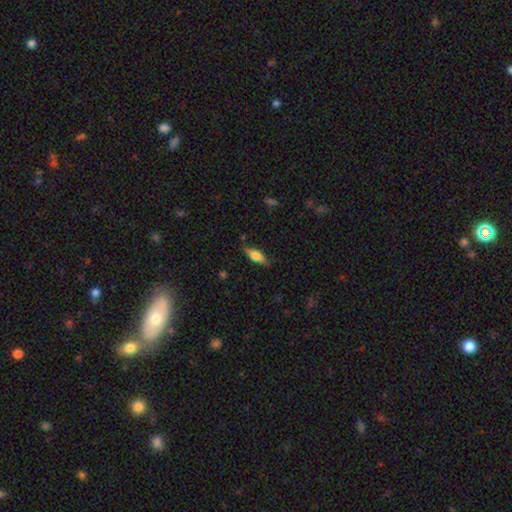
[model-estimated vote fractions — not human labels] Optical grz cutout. It shows a smooth galaxy with no disk features (52%) that is in between round and cigar-shaped (61%). Merging: none (80%).